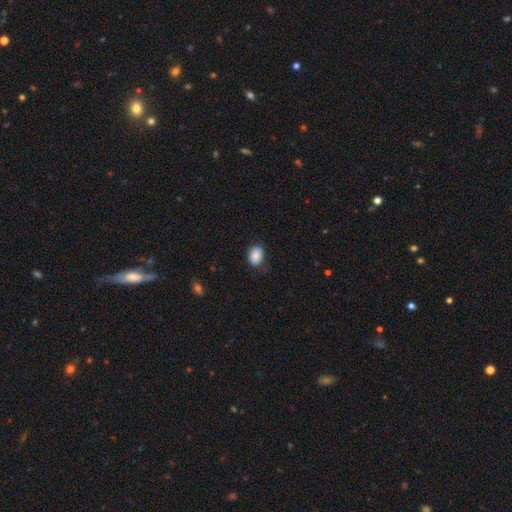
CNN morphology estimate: This appears to be a smooth galaxy with no disk features (87%) that is in between round and cigar-shaped (71%). Merging: none (68%).